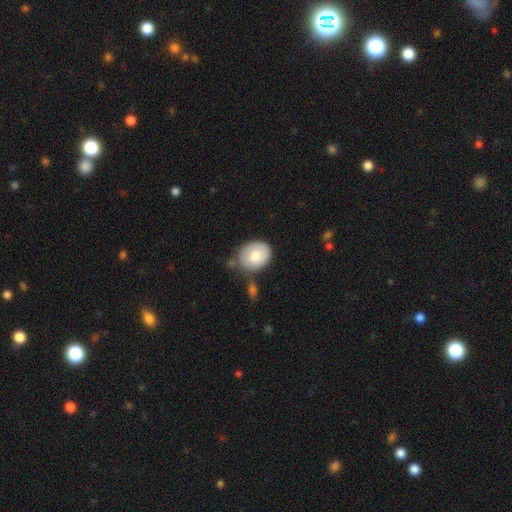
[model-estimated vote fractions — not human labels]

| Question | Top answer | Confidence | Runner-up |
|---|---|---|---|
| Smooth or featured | smooth | 76% | featured or disk (18%) |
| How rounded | round | 51% | in between (48%) |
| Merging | none | 64% | minor disturbance (20%) |